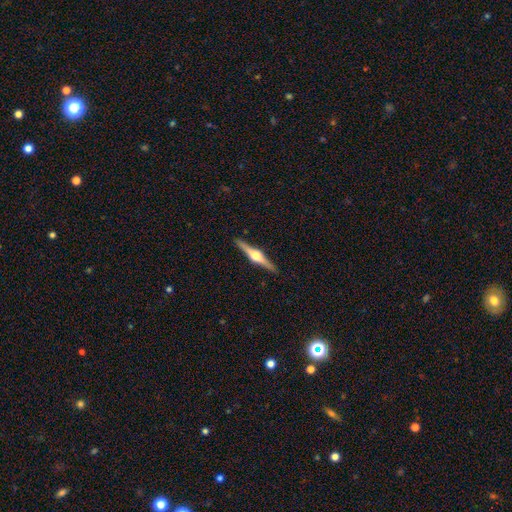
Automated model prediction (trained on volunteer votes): smooth_or_featured: featured or disk (p=0.81) [alt: smooth p=0.14]
disk_edge_on: yes (p=0.98) [alt: no p=0.02]
edge_on_bulge: rounded (p=0.95) [alt: boxy p=0.03]
merging: none (p=0.92) [alt: minor disturbance p=0.06]